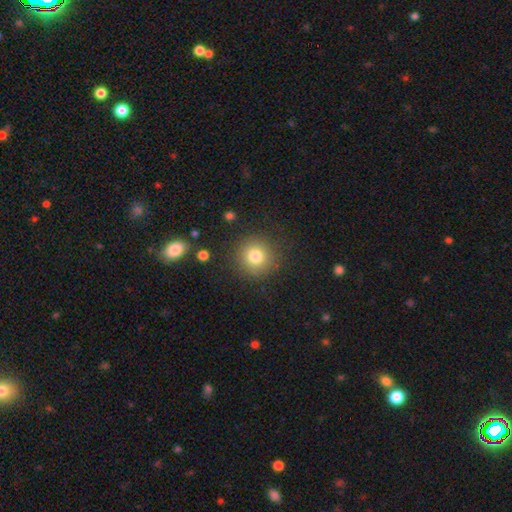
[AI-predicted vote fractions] Morphology: type=smooth (79%); roundness=round (93%); merging=none (87%).